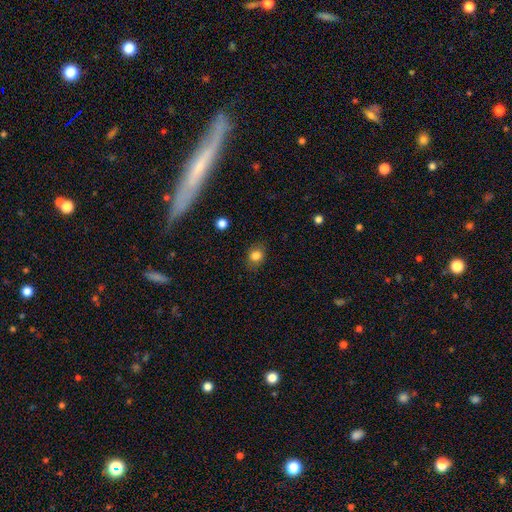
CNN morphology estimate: smooth 82%, star or artifact 10%, featured or disk 8%. Down the decision tree: how rounded — in between (51%); merging — none (82%).